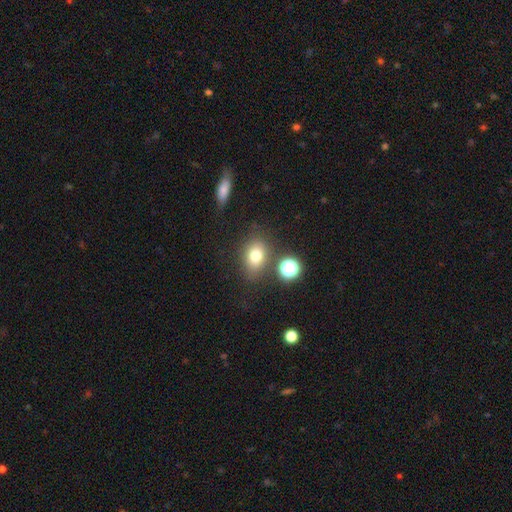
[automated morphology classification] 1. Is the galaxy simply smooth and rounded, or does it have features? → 75% smooth, 14% star or artifact, 11% featured or disk.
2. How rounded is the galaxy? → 62% in between, 37% round, 1% cigar-shaped.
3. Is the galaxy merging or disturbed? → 74% none, 14% minor disturbance, 7% merger, 5% major disturbance.